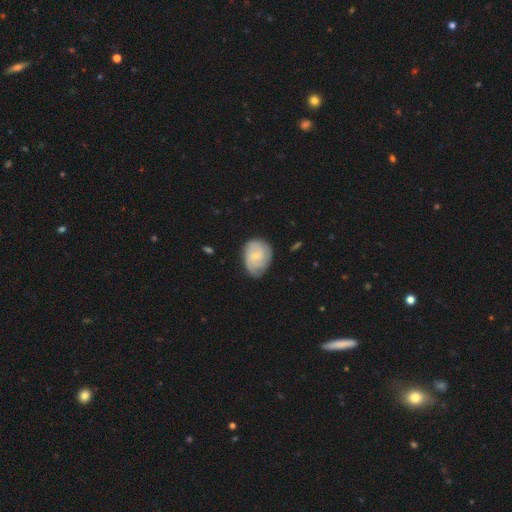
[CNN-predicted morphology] Overall: featured or disk (58%; smooth 36%). Edge-on disk: no (97%). Bar: no (64%; weak 32%). Spiral arms: yes (88%). Bulge size: small (72%). Merging: none (59%; minor disturbance 30%).